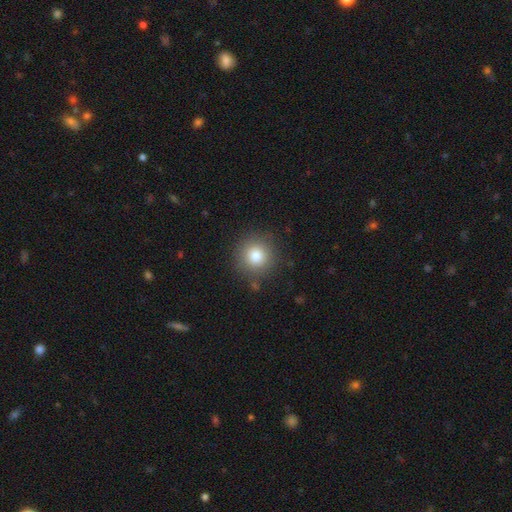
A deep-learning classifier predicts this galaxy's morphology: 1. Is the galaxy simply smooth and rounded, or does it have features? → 81% smooth, 11% star or artifact, 8% featured or disk.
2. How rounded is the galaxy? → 94% round, 5% in between, 1% cigar-shaped.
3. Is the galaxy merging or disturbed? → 87% none, 8% minor disturbance, 3% major disturbance, 2% merger.